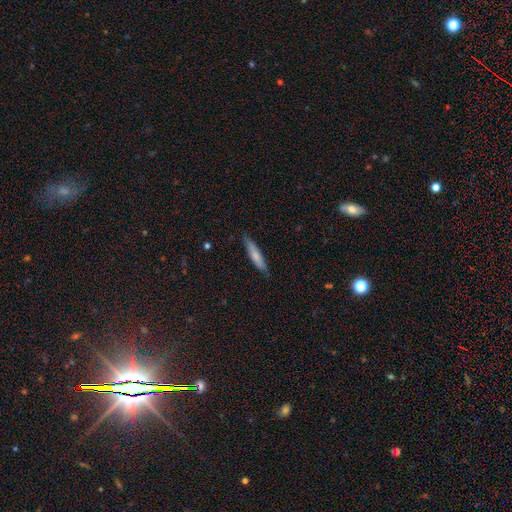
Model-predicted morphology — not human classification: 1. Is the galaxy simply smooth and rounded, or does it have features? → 69% smooth, 26% featured or disk, 5% star or artifact.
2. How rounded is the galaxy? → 87% cigar-shaped, 11% in between, 1% round.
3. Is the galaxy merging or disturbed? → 84% none, 13% minor disturbance, 2% major disturbance, 1% merger.